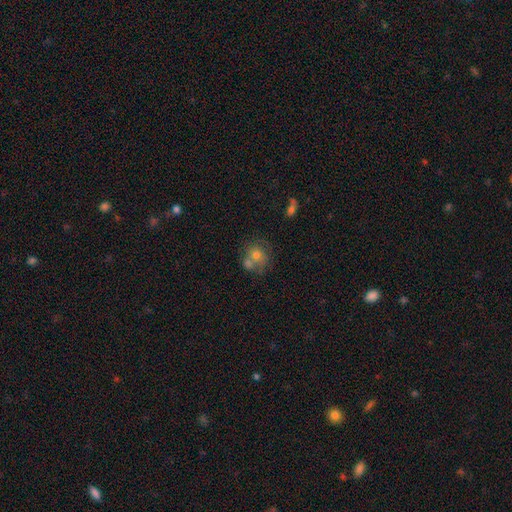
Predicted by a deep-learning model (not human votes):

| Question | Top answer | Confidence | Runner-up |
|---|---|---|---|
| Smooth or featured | smooth | 57% | featured or disk (27%) |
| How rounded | round | 81% | in between (18%) |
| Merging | none | 50% | merger (32%) |